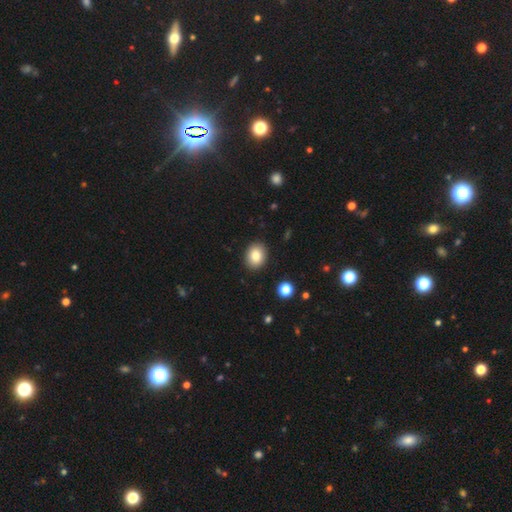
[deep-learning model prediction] This appears to be a smooth galaxy with no disk features (84%) that is round (51%). Merging: none (90%).